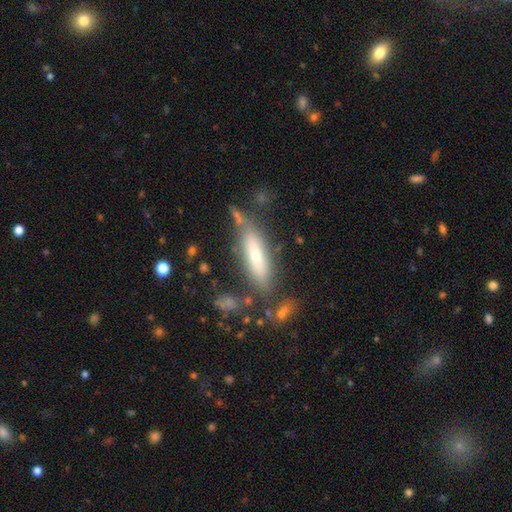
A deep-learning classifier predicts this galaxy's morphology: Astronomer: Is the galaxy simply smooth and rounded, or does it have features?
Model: smooth — 61%.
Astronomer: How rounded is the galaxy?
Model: cigar-shaped — 60% (runner-up: in between, 38%).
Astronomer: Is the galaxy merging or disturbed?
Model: none — 68%.